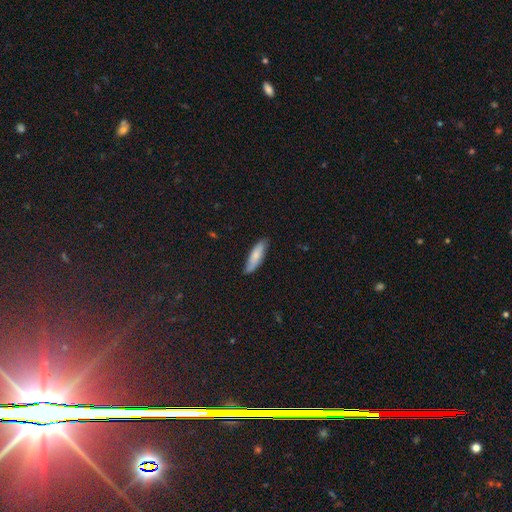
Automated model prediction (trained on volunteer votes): smooth_or_featured: smooth (p=0.77) [alt: featured or disk p=0.17]
how_rounded: cigar-shaped (p=0.57) [alt: in between p=0.42]
merging: none (p=0.80) [alt: minor disturbance p=0.16]